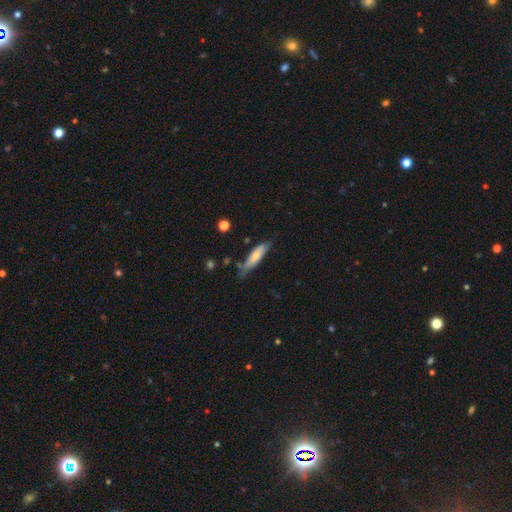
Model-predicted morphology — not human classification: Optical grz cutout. It shows a smooth galaxy with no disk features (65%) that is cigar-shaped (73%). Merging: none (63%).